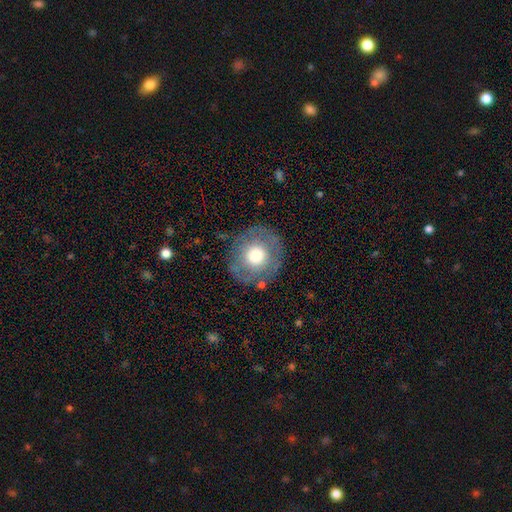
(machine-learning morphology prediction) The model was most divided on "smooth or featured": smooth: 62%, featured or disk: 29%, star or artifact: 9%. More confident: how rounded — round (91%); merging — none (79%).